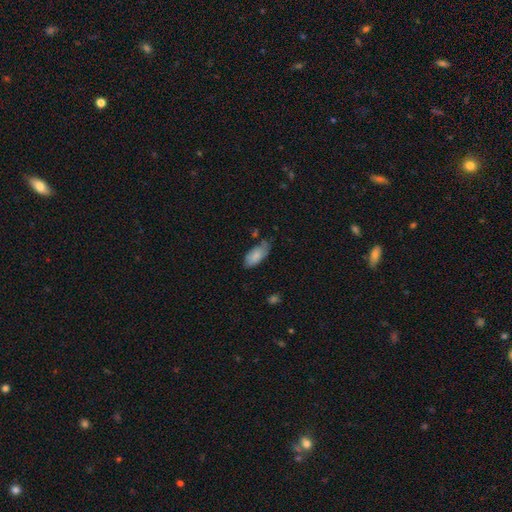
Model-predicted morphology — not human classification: smooth_or_featured: smooth (p=0.81) [alt: featured or disk p=0.13]
how_rounded: in between (p=0.91) [alt: cigar-shaped p=0.07]
merging: none (p=0.55) [alt: minor disturbance p=0.33]